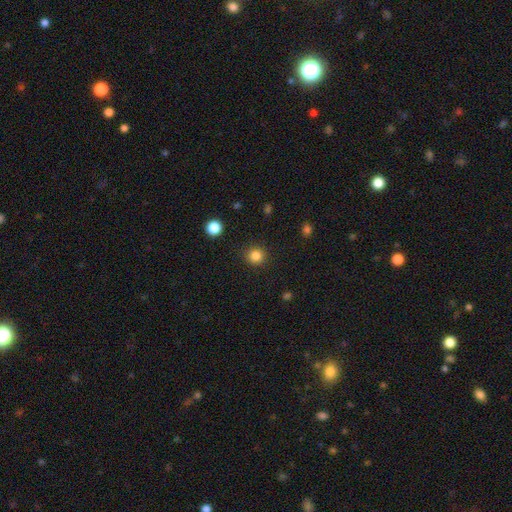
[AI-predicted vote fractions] Smooth or featured? Predicted: smooth (p=0.84). How rounded? Predicted: round (p=0.93). Merging? Predicted: none (p=0.90).